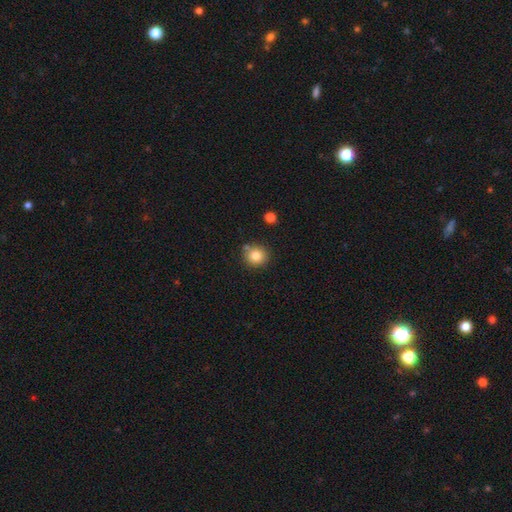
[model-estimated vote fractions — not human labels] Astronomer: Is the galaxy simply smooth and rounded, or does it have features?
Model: smooth — 82%.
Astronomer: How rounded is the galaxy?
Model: round — 90%.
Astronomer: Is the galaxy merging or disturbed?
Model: none — 79%.